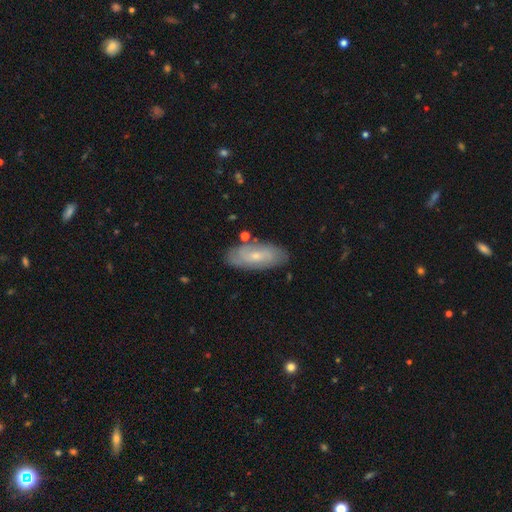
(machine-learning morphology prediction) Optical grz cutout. It shows a featured or disk galaxy (53%). Merging: none (80%).